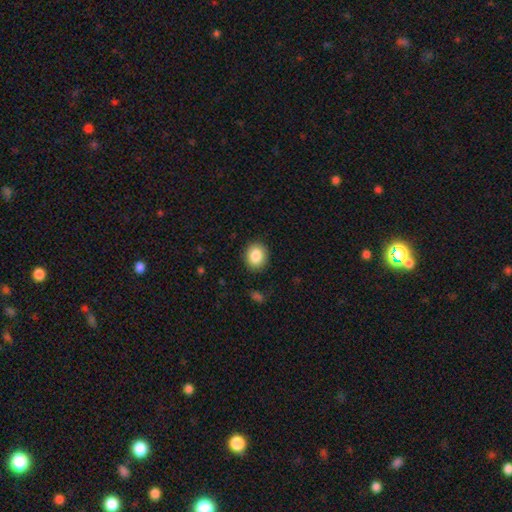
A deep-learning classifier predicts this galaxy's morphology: smooth 86%, star or artifact 8%, featured or disk 5%. Down the decision tree: how rounded — round (65%); merging — none (89%).